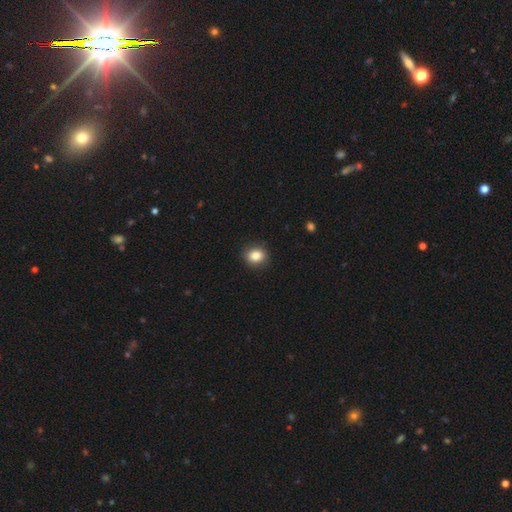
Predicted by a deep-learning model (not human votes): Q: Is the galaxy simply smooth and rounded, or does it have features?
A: smooth — 85%.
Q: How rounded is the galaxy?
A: round — 68%.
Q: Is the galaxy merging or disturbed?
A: none — 89%.